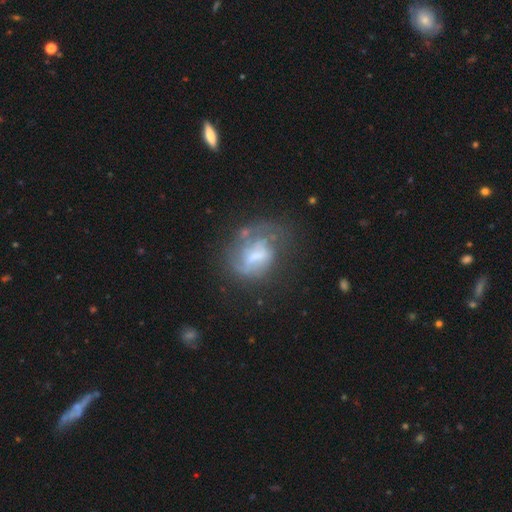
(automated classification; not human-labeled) Smooth or featured?
  - featured or disk: 60% *
  - smooth: 30%
  - star or artifact: 10%
Edge-on disk?
  - no: 96% *
  - yes: 4%
Bar?
  - weak: 42% *
  - no: 36%
  - strong: 22%
Spiral arms?
  - yes: 52% *
  - no: 48%
Bulge size?
  - moderate: 31% *
  - none: 29%
  - small: 28%
  - large: 10%
  - dominant: 2%
Merging?
  - none: 37% *
  - major disturbance: 32%
  - minor disturbance: 23%
  - merger: 7%